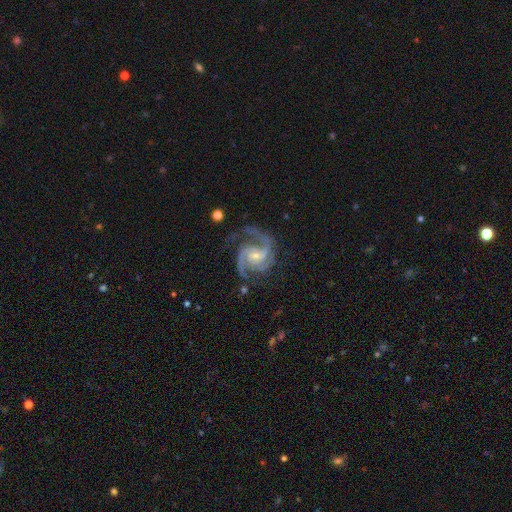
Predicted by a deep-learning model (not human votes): The model was most divided on "spiral arm count": 2: 48%, 3: 35%, can't tell: 5%, 4: 4%, 1: 4%, more than 4: 4%. More confident: spiral arms — yes (99%); edge-on disk — no (98%); smooth or featured — featured or disk (94%); merging — none (71%); bulge size — small (66%); spiral winding — medium (58%); bar — no (54%).